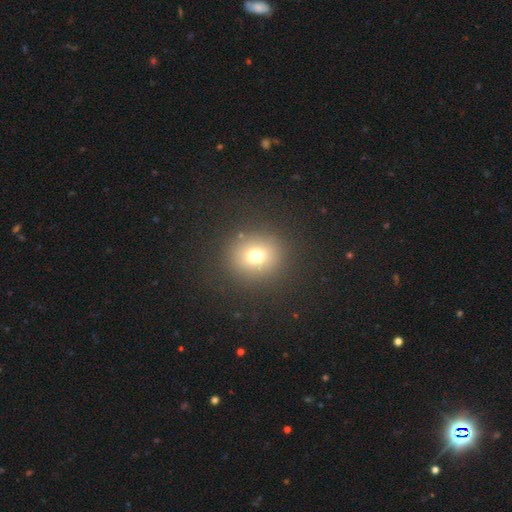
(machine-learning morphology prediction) A smooth galaxy with no disk features (71%) that is round (84%). Merging: none (88%).